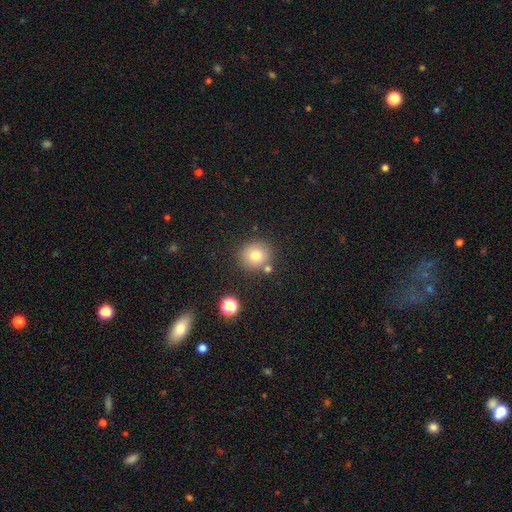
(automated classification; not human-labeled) Overall: smooth (75%). How rounded: round (92%). Merging: none (79%).